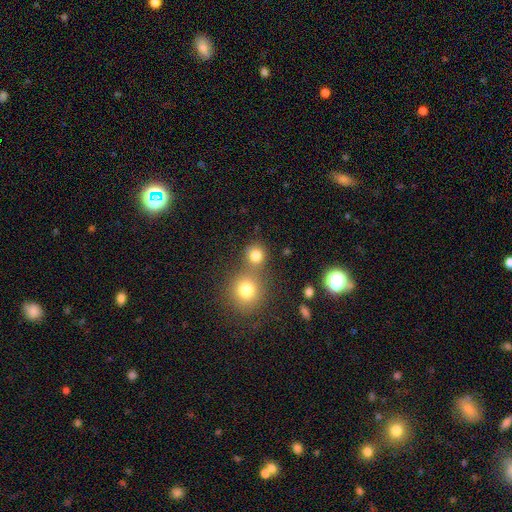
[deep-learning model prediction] smooth_or_featured: smooth (p=0.80) [alt: star or artifact p=0.14]
how_rounded: round (p=0.89) [alt: in between p=0.10]
merging: none (p=0.59) [alt: merger p=0.30]